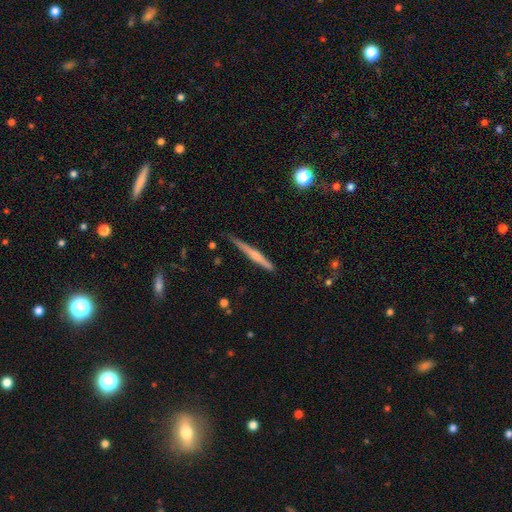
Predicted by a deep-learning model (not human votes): smooth_or_featured: featured or disk (p=0.48) [alt: smooth p=0.45]
merging: none (p=0.76) [alt: minor disturbance p=0.19]